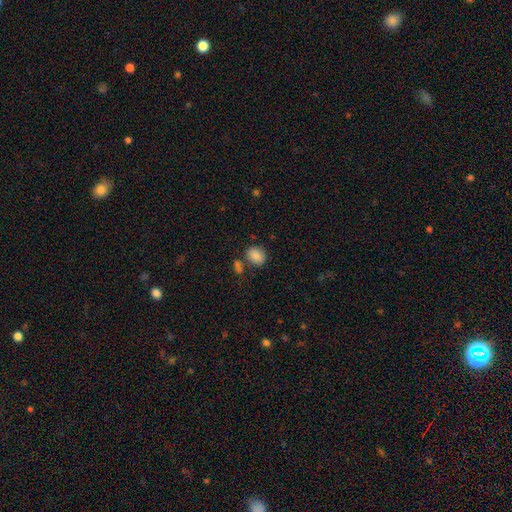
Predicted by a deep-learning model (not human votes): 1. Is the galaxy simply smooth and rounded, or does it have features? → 85% smooth, 9% star or artifact, 6% featured or disk.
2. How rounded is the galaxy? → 52% in between, 47% round, 1% cigar-shaped.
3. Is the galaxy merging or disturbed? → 70% none, 13% minor disturbance, 13% merger, 4% major disturbance.